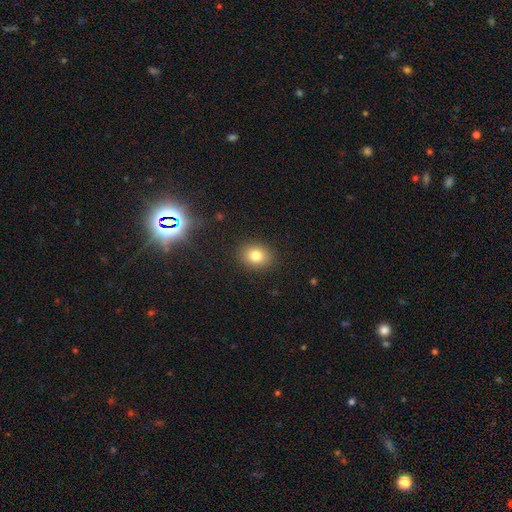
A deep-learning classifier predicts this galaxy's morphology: A smooth galaxy with no disk features (80%) that is round (55%). Merging: none (89%).